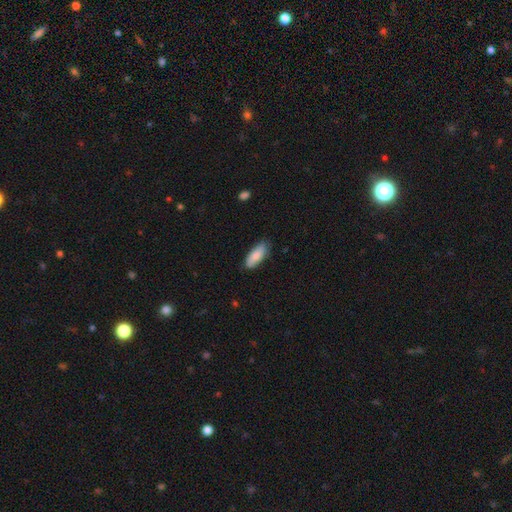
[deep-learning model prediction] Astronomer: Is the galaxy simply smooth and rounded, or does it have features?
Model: smooth — 81%.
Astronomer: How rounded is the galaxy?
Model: in between — 75%.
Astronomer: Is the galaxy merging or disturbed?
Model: none — 77%.